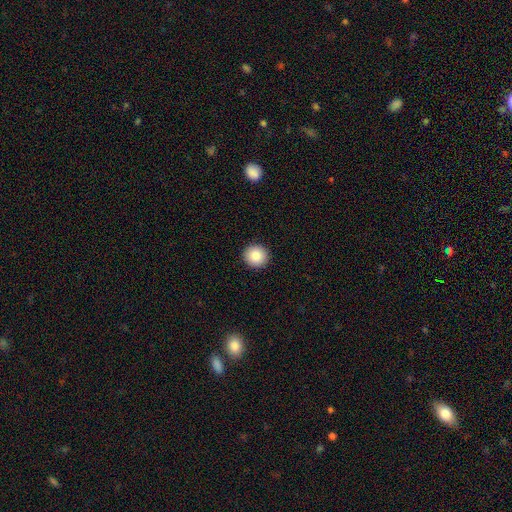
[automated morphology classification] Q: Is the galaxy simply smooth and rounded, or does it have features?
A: smooth — 87%.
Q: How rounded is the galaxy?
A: round — 93%.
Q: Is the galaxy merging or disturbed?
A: none — 93%.